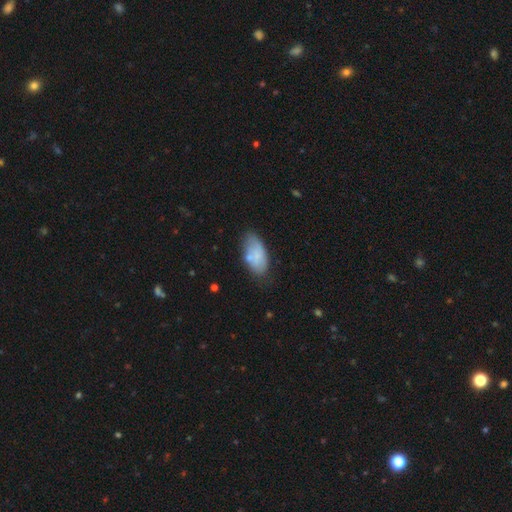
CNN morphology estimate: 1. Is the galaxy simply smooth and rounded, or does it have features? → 71% smooth, 21% featured or disk, 8% star or artifact.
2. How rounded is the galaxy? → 93% in between, 4% cigar-shaped, 3% round.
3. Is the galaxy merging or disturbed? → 57% none, 26% minor disturbance, 9% merger, 8% major disturbance.